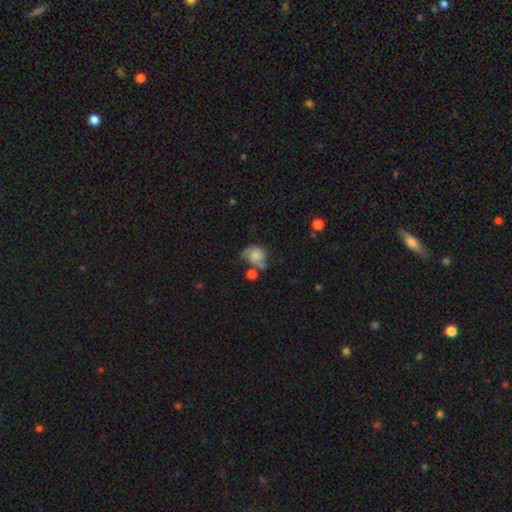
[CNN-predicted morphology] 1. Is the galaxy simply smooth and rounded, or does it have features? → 49% smooth, 42% featured or disk, 9% star or artifact.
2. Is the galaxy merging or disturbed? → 33% none, 26% minor disturbance, 22% major disturbance, 20% merger.